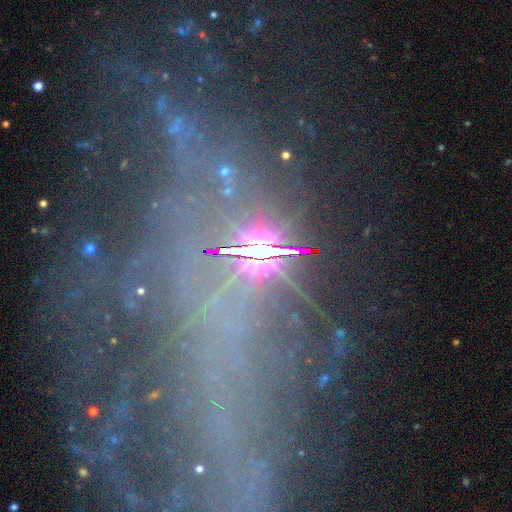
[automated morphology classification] This appears to be a star or artifact, not a galaxy (73%).